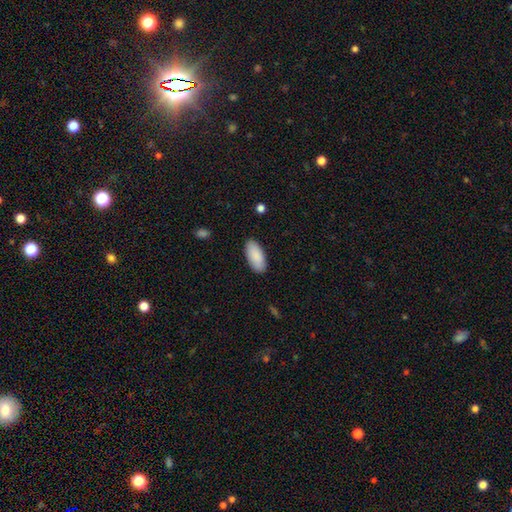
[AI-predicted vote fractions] Overall: smooth (90%). How rounded: in between (90%). Merging: none (89%).